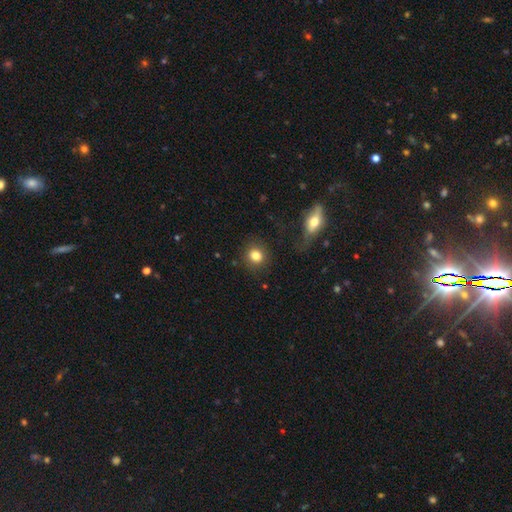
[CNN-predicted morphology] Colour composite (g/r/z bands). It shows a smooth galaxy with no disk features (82%) that is round (83%). Merging: none (84%).